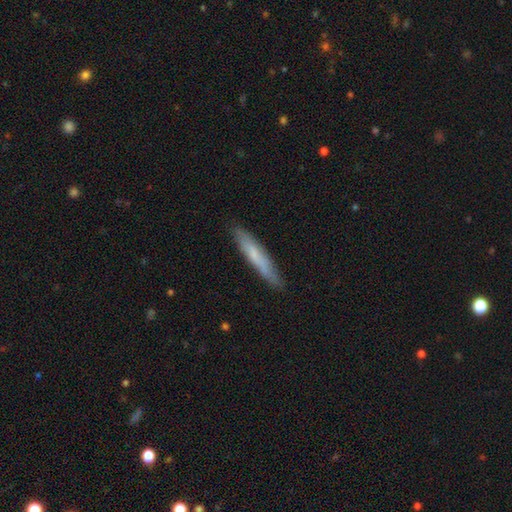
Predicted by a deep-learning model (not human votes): This is likely a smooth galaxy (62%). How rounded: clearly cigar-shaped (93%). Merging: clearly none (85%).